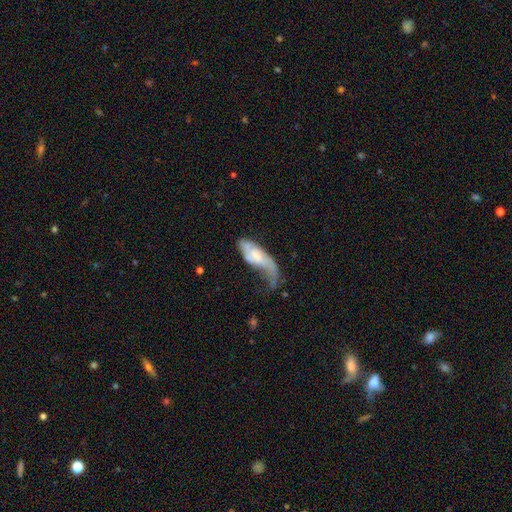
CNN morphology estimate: smooth-or-featured: featured or disk: 56% | smooth: 38% | star or artifact: 6%
  disk-edge-on: no: 87% | yes: 13%
  merging: major disturbance: 51% | minor disturbance: 24% | none: 19% | merger: 6%